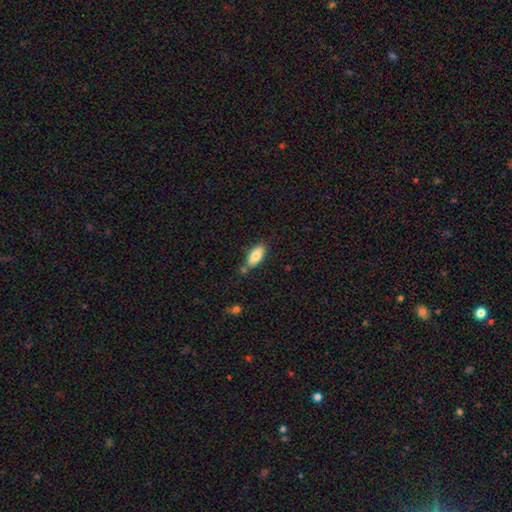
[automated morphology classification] Smooth or featured? Predicted: smooth (p=0.79). How rounded? Predicted: in between (p=0.87). Merging? Predicted: none (p=0.68).